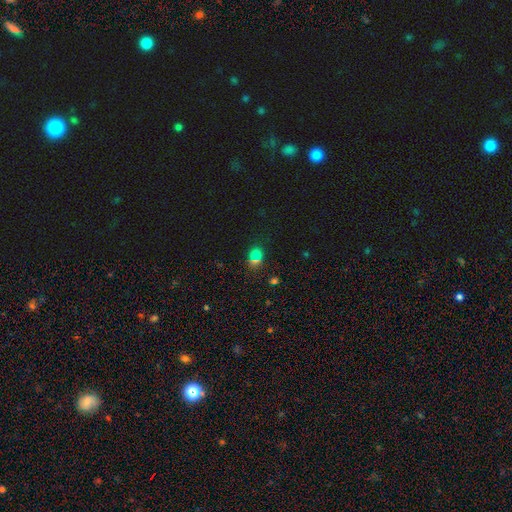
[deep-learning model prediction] The model was most divided on "how rounded": round: 62%, in between: 36%, cigar-shaped: 2%. More confident: merging — none (66%); smooth or featured — smooth (60%).